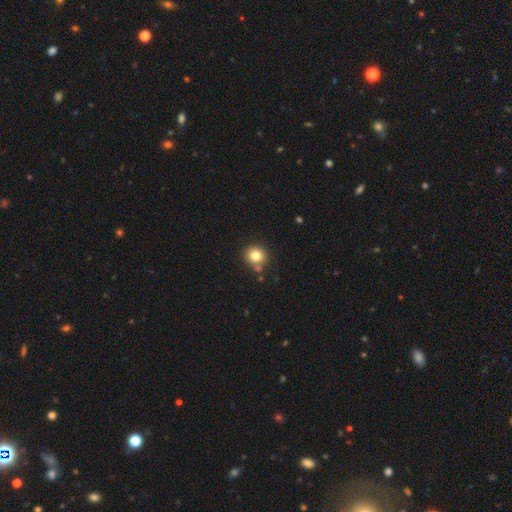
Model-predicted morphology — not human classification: A smooth galaxy with no disk features (80%) that is round (89%). Merging: none (76%).